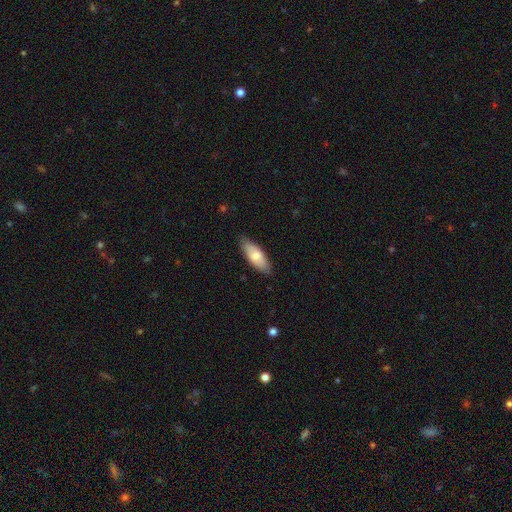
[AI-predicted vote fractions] Smooth or featured? smooth (76%)
How rounded? in between (73%)
Merging? none (84%)